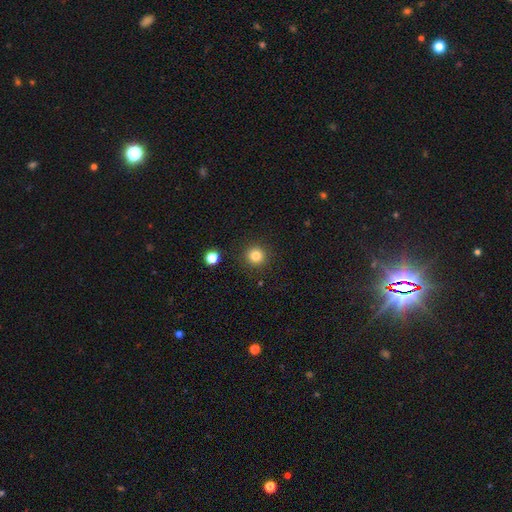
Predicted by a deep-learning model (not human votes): smooth_or_featured: smooth (p=0.83) [alt: star or artifact p=0.12]
how_rounded: round (p=0.94) [alt: in between p=0.05]
merging: none (p=0.90) [alt: minor disturbance p=0.06]